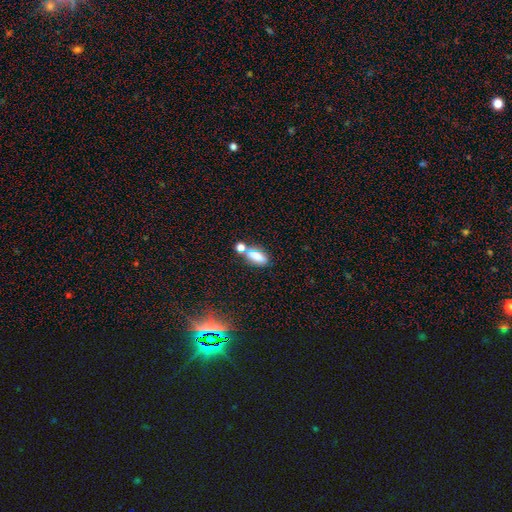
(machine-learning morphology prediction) A smooth galaxy with no disk features (73%) that is in between round and cigar-shaped (71%).

Vote fractions:
- Smooth or featured? smooth: 73% / star or artifact: 15% / featured or disk: 11%
- How rounded? in between: 71% / cigar-shaped: 20% / round: 9%
- Merging? none: 55% / merger: 24% / minor disturbance: 14% / major disturbance: 6%